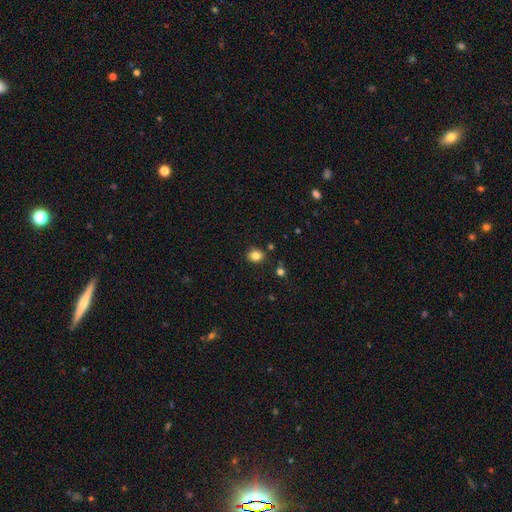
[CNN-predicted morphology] smooth_or_featured: smooth (p=0.82) [alt: star or artifact p=0.11]
how_rounded: round (p=0.54) [alt: in between p=0.45]
merging: none (p=0.84) [alt: minor disturbance p=0.11]